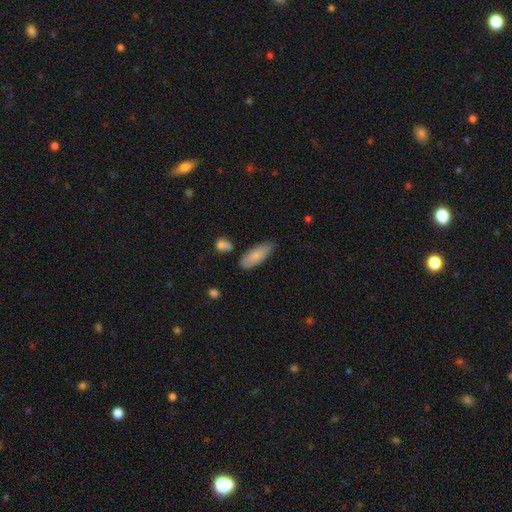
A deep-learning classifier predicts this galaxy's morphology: A smooth galaxy with no disk features (79%) that is in between round and cigar-shaped (76%). Merging: none (66%).